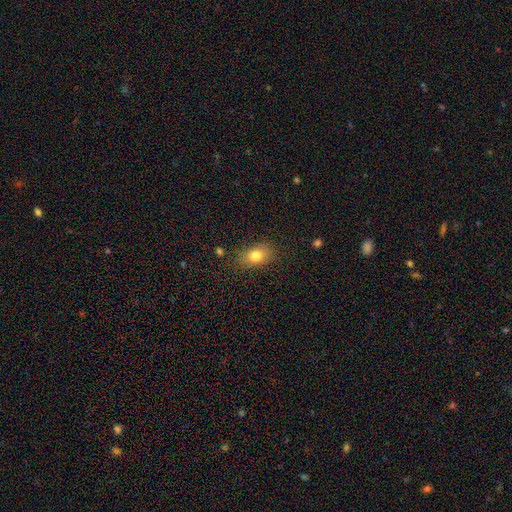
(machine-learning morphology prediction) smooth_or_featured: smooth (p=0.81) [alt: featured or disk p=0.10]
how_rounded: in between (p=0.81) [alt: round p=0.17]
merging: none (p=0.79) [alt: minor disturbance p=0.15]